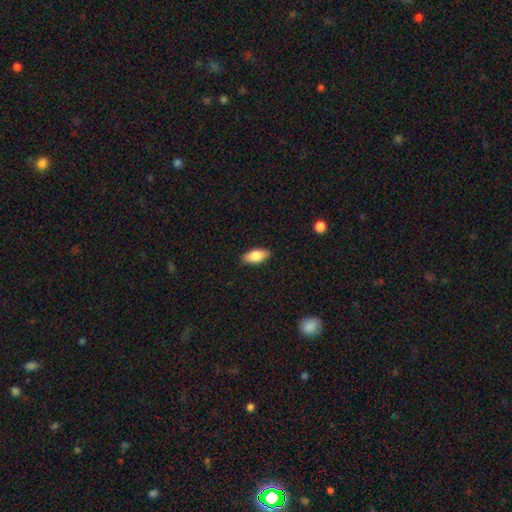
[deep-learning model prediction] smooth 82%, featured or disk 12%, star or artifact 6%. Down the decision tree: how rounded — in between (88%); merging — none (89%).